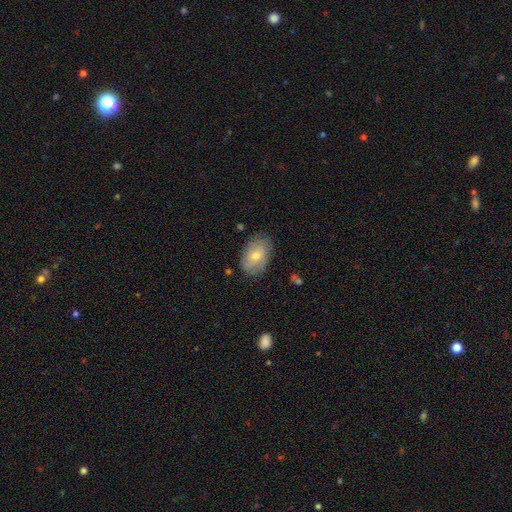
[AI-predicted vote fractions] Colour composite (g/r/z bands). It shows a smooth galaxy with no disk features (64%) that is in between round and cigar-shaped (87%). Merging: none (79%).